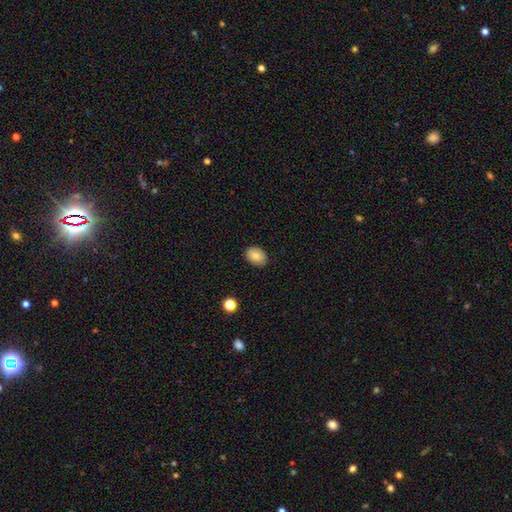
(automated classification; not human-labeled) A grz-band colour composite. It shows a smooth galaxy with no disk features (81%) that is in between round and cigar-shaped (70%). Merging: none (86%).